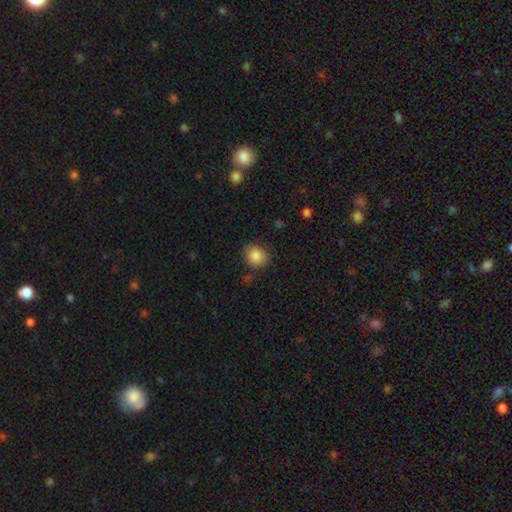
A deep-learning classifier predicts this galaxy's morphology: This appears to be a smooth galaxy with no disk features (87%) that is round (67%). Merging: none (79%).